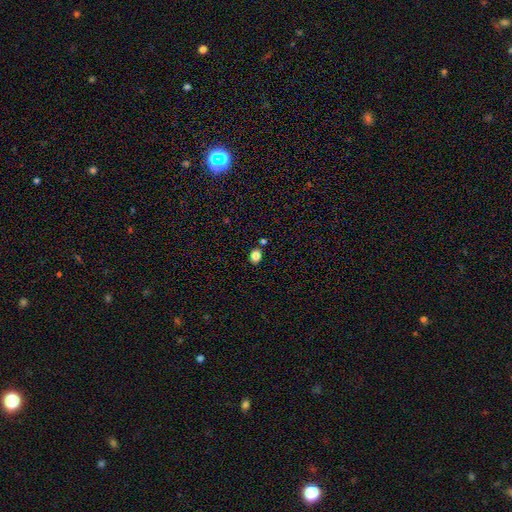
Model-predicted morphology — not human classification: A smooth galaxy with no disk features (84%) that is round (52%).

Vote fractions:
- Smooth or featured? smooth: 84% / star or artifact: 11% / featured or disk: 5%
- How rounded? round: 52% / in between: 47% / cigar-shaped: 1%
- Merging? none: 82% / minor disturbance: 10% / merger: 6% / major disturbance: 2%